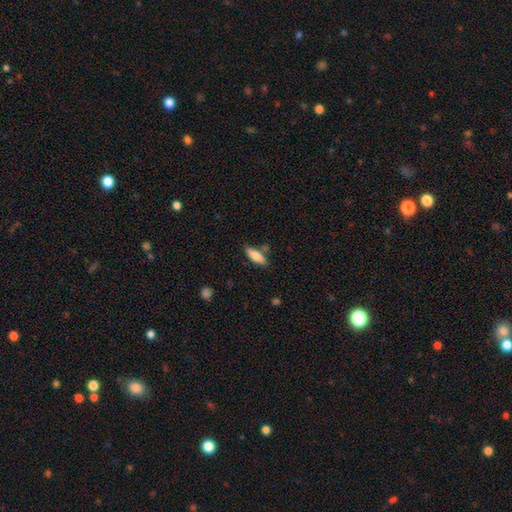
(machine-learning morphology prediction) smooth 76%, featured or disk 17%, star or artifact 6%. Down the decision tree: how rounded — in between (61%); merging — none (75%).